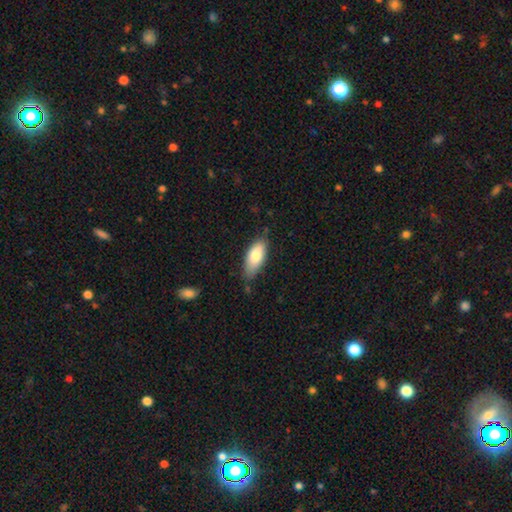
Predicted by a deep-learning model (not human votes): A smooth galaxy with no disk features (80%) that is in between round and cigar-shaped (84%).

Vote fractions:
- Smooth or featured? smooth: 80% / featured or disk: 14% / star or artifact: 6%
- How rounded? in between: 84% / cigar-shaped: 14% / round: 2%
- Merging? none: 72% / minor disturbance: 22% / major disturbance: 3% / merger: 2%